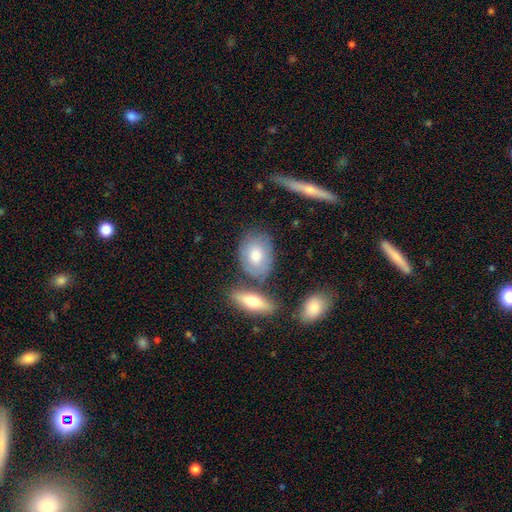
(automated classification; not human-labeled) Smooth or featured: smooth — 63% (featured or disk — 29%)
How rounded: in between — 74% (round — 23%)
Merging: none — 67% (minor disturbance — 17%)